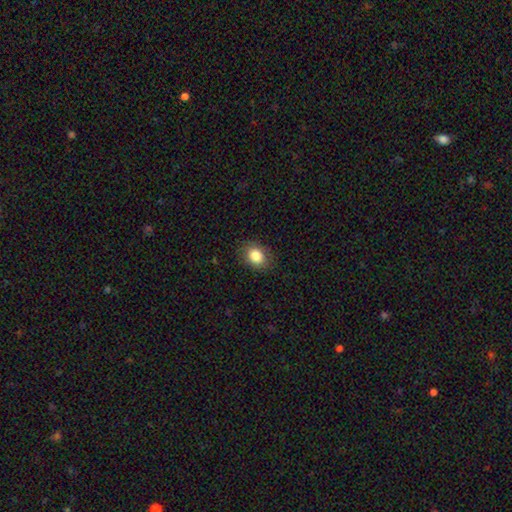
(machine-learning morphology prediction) This appears to be a smooth galaxy with no disk features (84%) that is in between round and cigar-shaped (60%). Merging: none (85%).